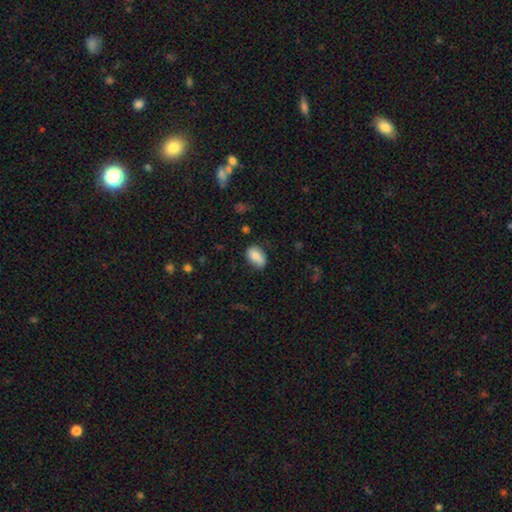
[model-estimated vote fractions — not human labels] Smooth or featured: smooth — 78% (featured or disk — 15%)
How rounded: in between — 86% (round — 12%)
Merging: none — 69% (minor disturbance — 23%)